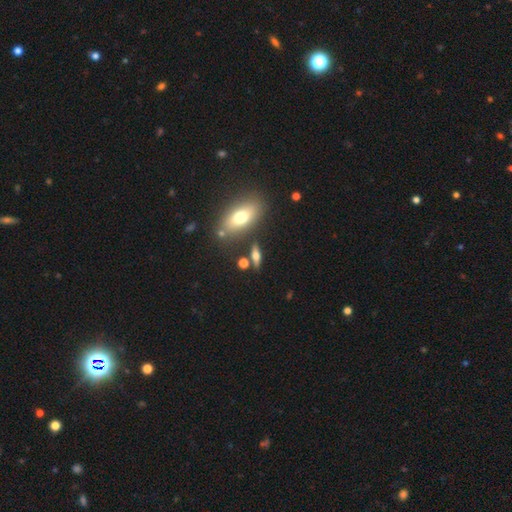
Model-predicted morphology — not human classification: The model was most divided on "smooth or featured": smooth: 47%, featured or disk: 42%, star or artifact: 12%. More confident: merging — none (75%).